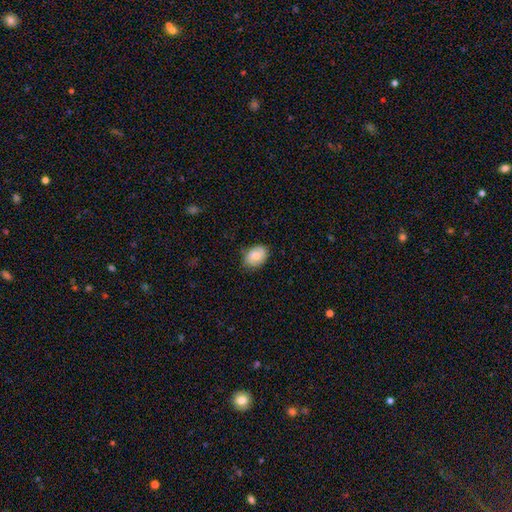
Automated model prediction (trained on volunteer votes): smooth 74%, featured or disk 18%, star or artifact 7%. Down the decision tree: how rounded — in between (72%); merging — none (77%).